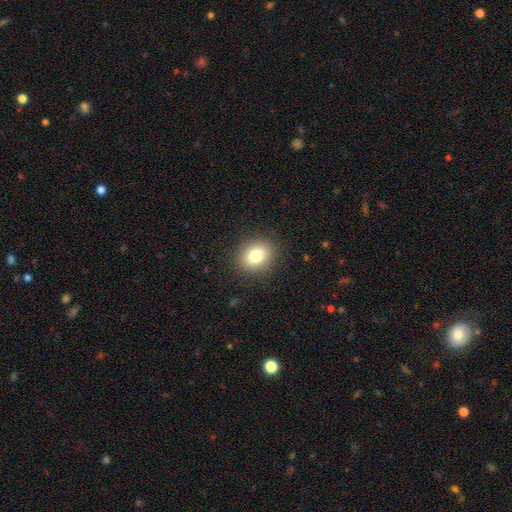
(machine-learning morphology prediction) smooth 79%, star or artifact 11%, featured or disk 10%. Down the decision tree: how rounded — round (56%); merging — none (88%).